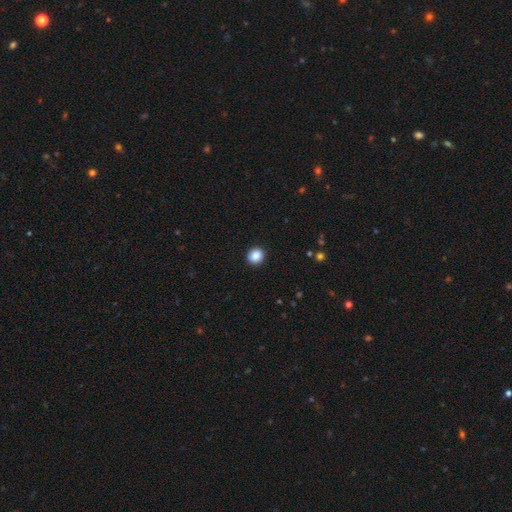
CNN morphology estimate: Q: Smooth or featured?
A: smooth (88%); runner-up: star or artifact (9%)
Q: How rounded?
A: round (86%); runner-up: in between (13%)
Q: Merging?
A: none (92%); runner-up: minor disturbance (5%)